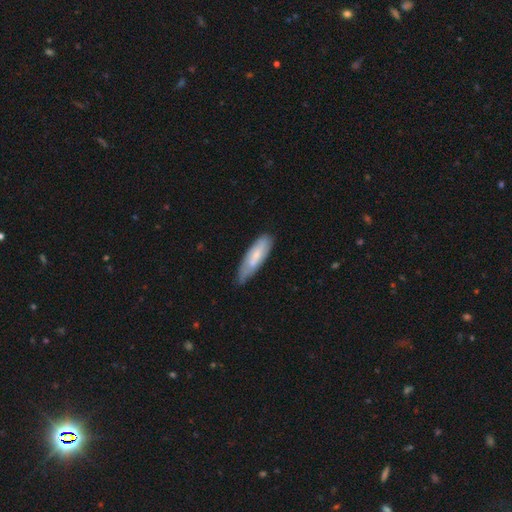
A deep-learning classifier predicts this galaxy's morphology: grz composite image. It shows a smooth galaxy with no disk features (59%) that is cigar-shaped (56%). Merging: none (62%).